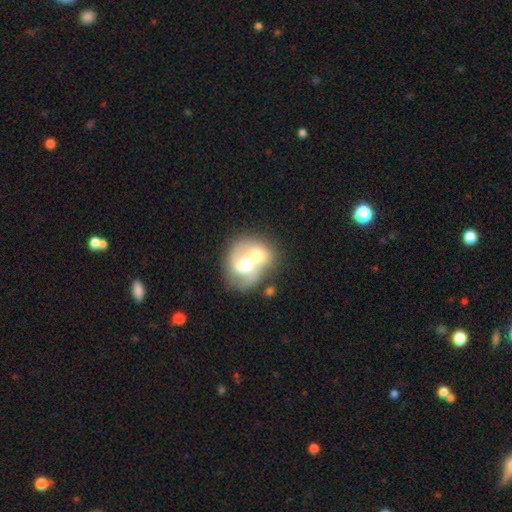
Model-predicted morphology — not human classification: Smooth or featured? Predicted: featured or disk (p=0.49). Merging? Predicted: merger (p=0.74).